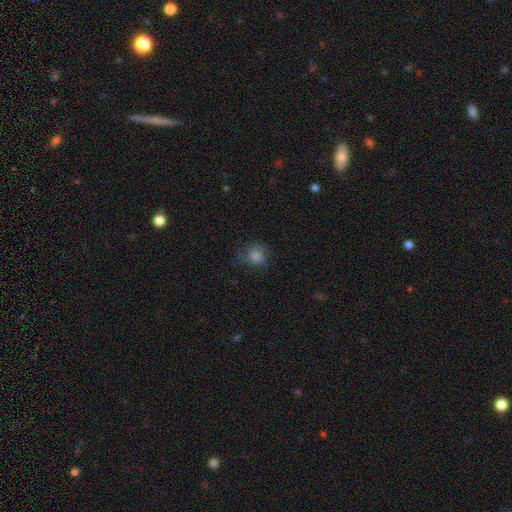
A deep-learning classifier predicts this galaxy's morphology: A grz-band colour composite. It shows a smooth galaxy with no disk features (70%) that is round (78%). Merging: none (63%).